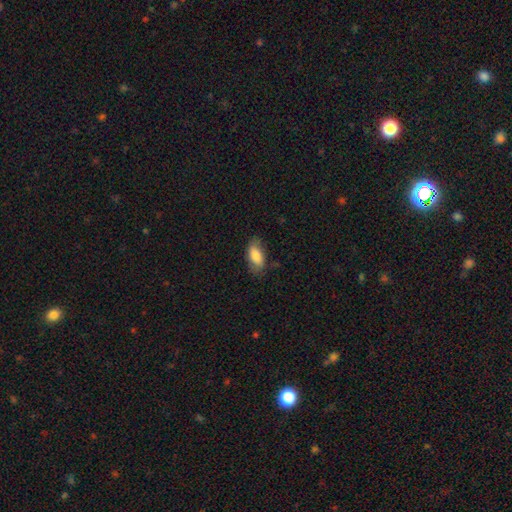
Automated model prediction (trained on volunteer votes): Smooth or featured? smooth (79%)
How rounded? in between (89%)
Merging? none (73%)